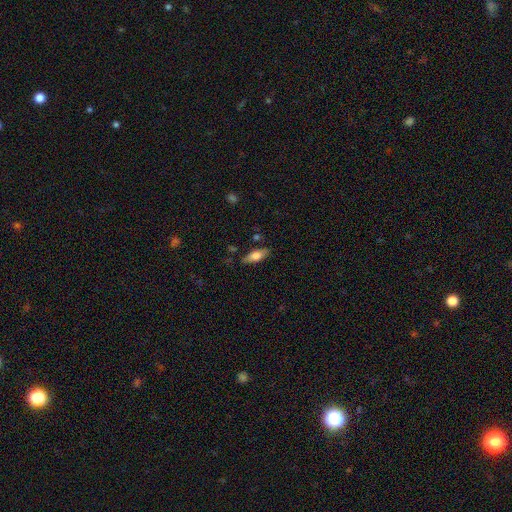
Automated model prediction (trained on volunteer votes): Overall: smooth (71%). How rounded: in between (68%; cigar-shaped 29%). Merging: none (79%).